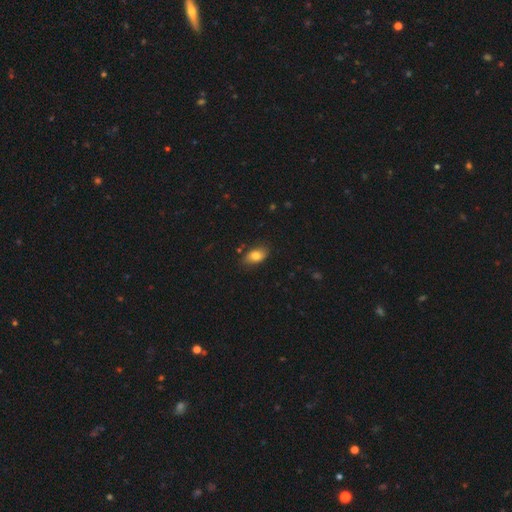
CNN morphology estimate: A smooth galaxy with no disk features (78%) that is in between round and cigar-shaped (89%). Merging: none (79%).